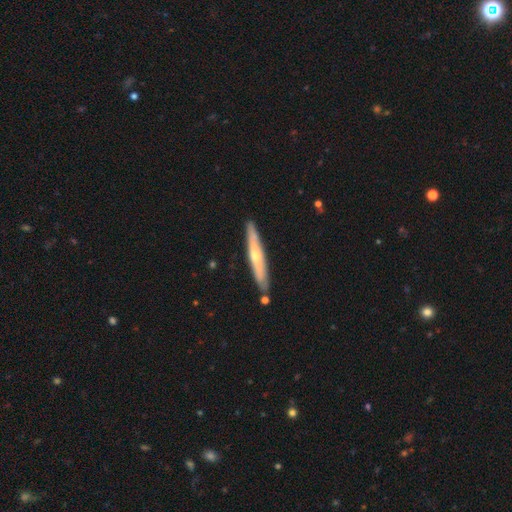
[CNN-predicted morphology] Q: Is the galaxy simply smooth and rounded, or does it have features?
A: featured or disk — 57%.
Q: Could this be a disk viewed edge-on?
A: yes — 91%.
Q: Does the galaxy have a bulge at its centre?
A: rounded — 73%.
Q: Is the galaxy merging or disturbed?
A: none — 86%.